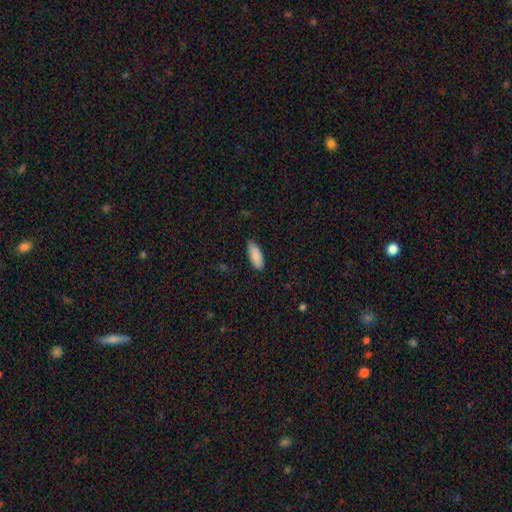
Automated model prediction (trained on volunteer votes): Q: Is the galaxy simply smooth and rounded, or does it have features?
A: smooth — 89%.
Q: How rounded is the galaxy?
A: in between — 82%.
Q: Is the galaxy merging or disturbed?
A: none — 82%.